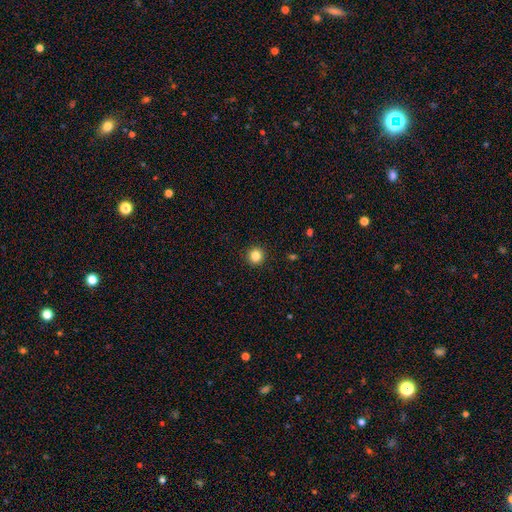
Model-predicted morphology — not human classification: smooth-or-featured: smooth: 84% | star or artifact: 11% | featured or disk: 5%
  how-rounded: round: 95% | in between: 4% | cigar-shaped: 1%
  merging: none: 93% | minor disturbance: 5% | major disturbance: 2% | merger: 1%